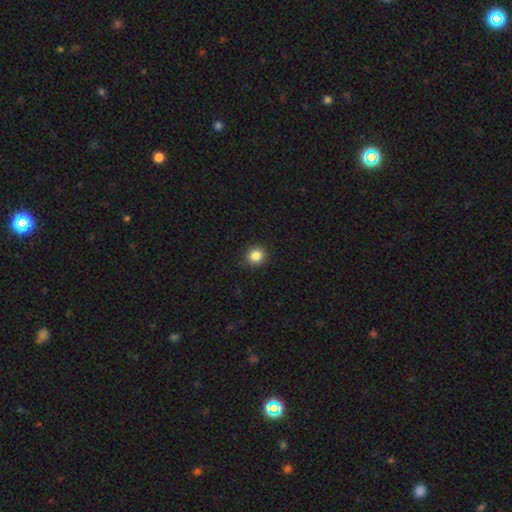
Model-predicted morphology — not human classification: Smooth or featured: smooth — 85% (star or artifact — 11%)
How rounded: round — 90% (in between — 9%)
Merging: none — 92% (minor disturbance — 6%)